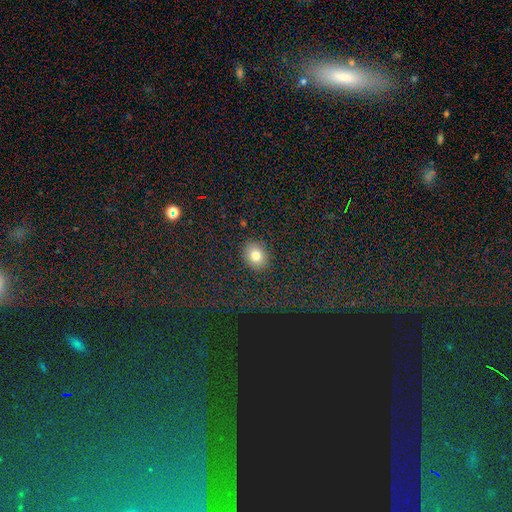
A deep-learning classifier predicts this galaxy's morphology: Q: Smooth or featured?
A: smooth (79%); runner-up: star or artifact (13%)
Q: How rounded?
A: round (61%); runner-up: in between (37%)
Q: Merging?
A: none (88%); runner-up: minor disturbance (8%)